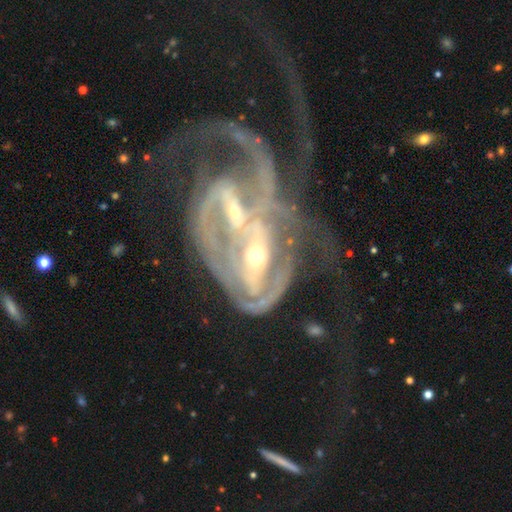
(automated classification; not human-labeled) Morphology: type=featured or disk (86%); edge-on=no (96%); bar=strong (45%); spiral arms=yes (87%); winding=medium (41%); arm count=2 (46%); bulge=small (58%); merging=merger (64%).